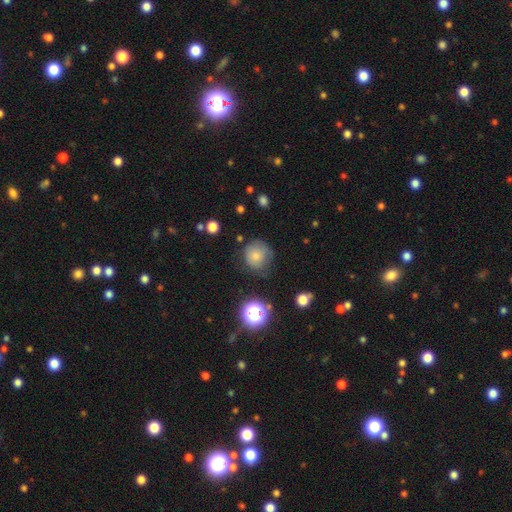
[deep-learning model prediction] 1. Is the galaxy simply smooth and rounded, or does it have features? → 77% smooth, 13% star or artifact, 10% featured or disk.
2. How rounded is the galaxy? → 88% round, 11% in between, 1% cigar-shaped.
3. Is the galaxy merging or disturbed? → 65% none, 24% minor disturbance, 9% major disturbance, 3% merger.